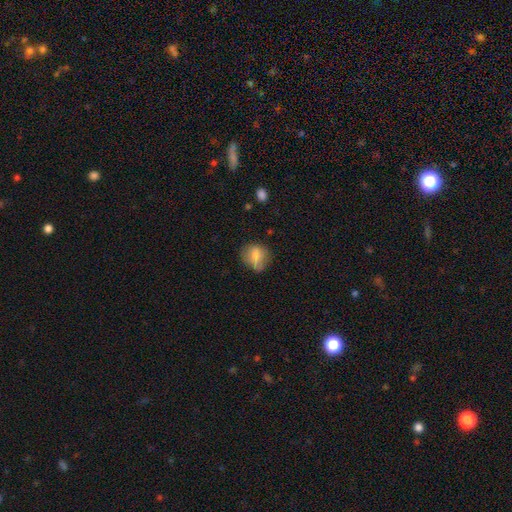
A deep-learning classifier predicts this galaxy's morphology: Q: Smooth or featured?
A: smooth (77%); runner-up: featured or disk (14%)
Q: How rounded?
A: round (62%); runner-up: in between (37%)
Q: Merging?
A: none (61%); runner-up: minor disturbance (28%)